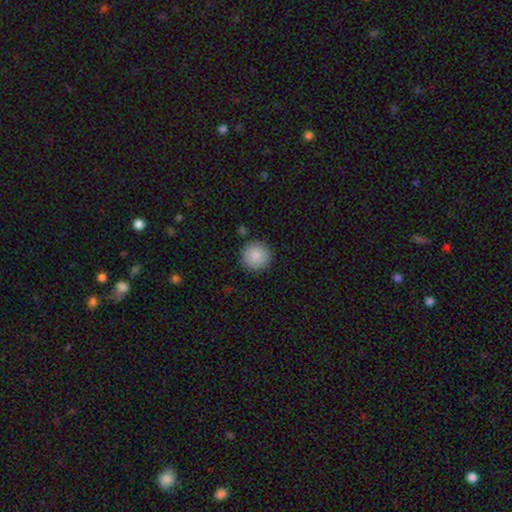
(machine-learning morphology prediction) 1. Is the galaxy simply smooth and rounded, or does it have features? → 87% smooth, 7% star or artifact, 5% featured or disk.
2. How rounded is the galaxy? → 96% round, 3% in between, 1% cigar-shaped.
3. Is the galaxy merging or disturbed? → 90% none, 7% minor disturbance, 2% major disturbance, 2% merger.